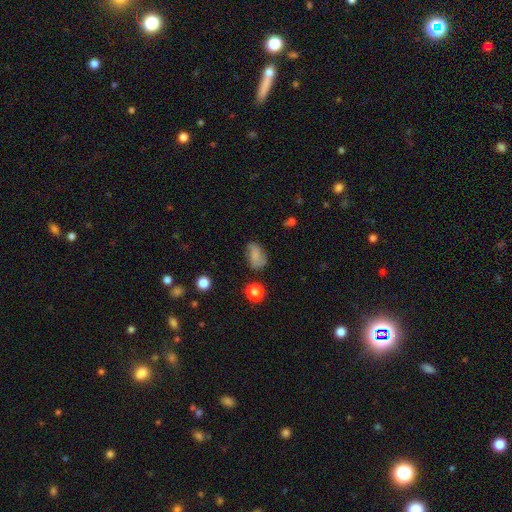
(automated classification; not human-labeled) A smooth galaxy with no disk features (63%) that is in between round and cigar-shaped (82%).

Vote fractions:
- Smooth or featured? smooth: 63% / featured or disk: 25% / star or artifact: 12%
- How rounded? in between: 82% / round: 16% / cigar-shaped: 2%
- Merging? none: 61% / minor disturbance: 26% / major disturbance: 10% / merger: 3%